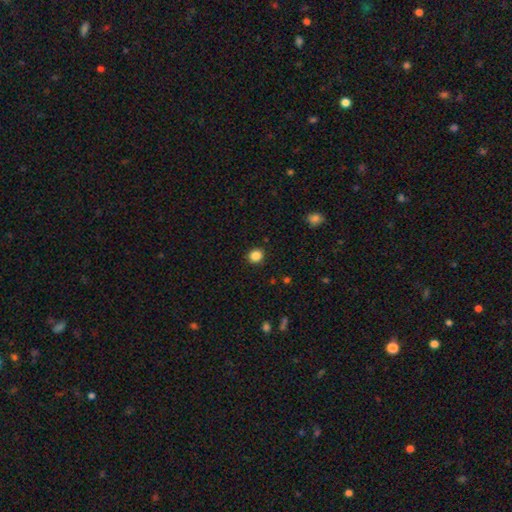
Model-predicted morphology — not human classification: Q: Smooth or featured?
A: smooth (85%); runner-up: star or artifact (11%)
Q: How rounded?
A: round (85%); runner-up: in between (14%)
Q: Merging?
A: none (91%); runner-up: minor disturbance (6%)